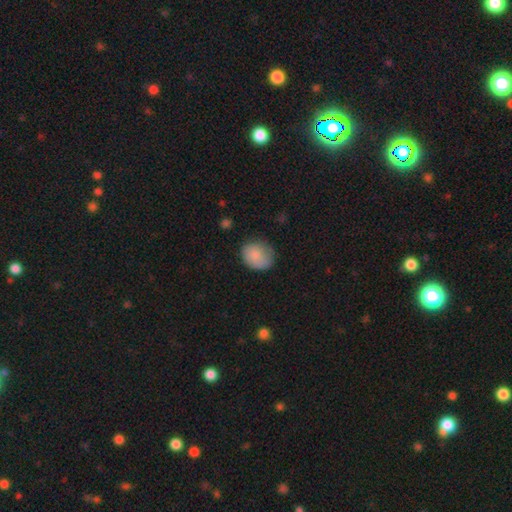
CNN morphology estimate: smooth 83%, featured or disk 10%, star or artifact 7%. Down the decision tree: how rounded — round (58%); merging — none (67%).